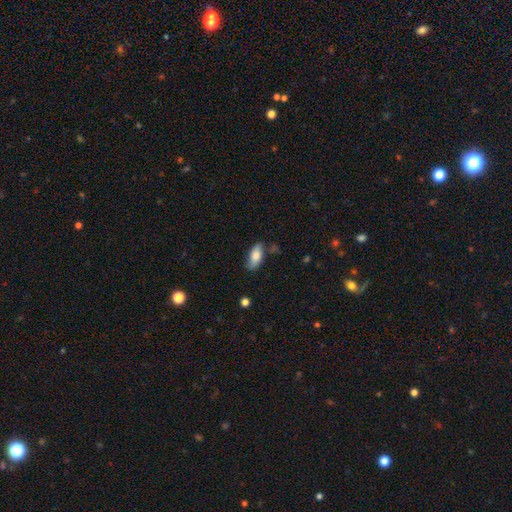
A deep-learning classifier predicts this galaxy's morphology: A smooth galaxy with no disk features (78%) that is in between round and cigar-shaped (84%). Merging: none (68%).